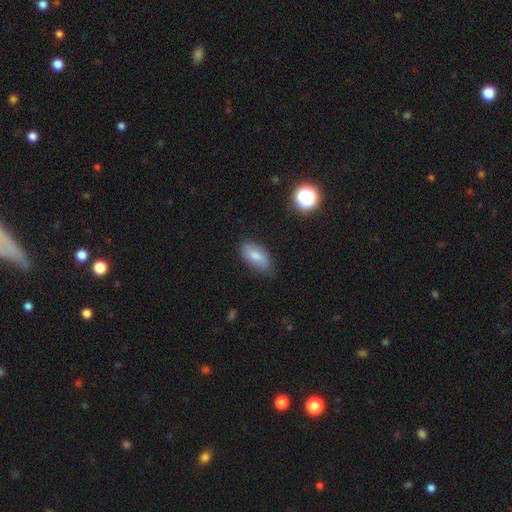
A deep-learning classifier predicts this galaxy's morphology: smooth 73%, featured or disk 19%, star or artifact 8%. Down the decision tree: how rounded — in between (90%); merging — none (73%).